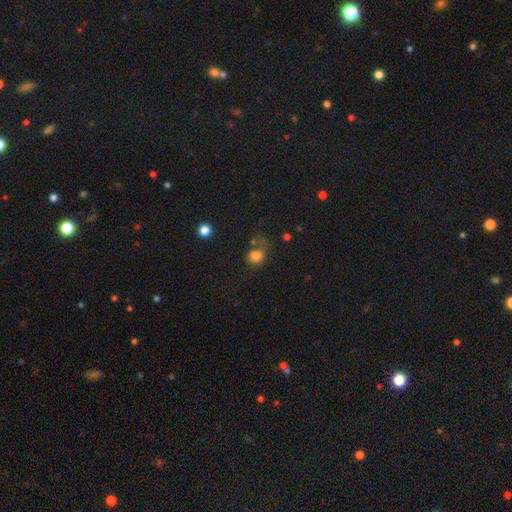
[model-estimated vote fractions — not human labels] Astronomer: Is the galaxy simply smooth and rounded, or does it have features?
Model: smooth — 75%.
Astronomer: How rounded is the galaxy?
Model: round — 64%.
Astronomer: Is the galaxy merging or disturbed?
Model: none — 42% (runner-up: minor disturbance, 21%).